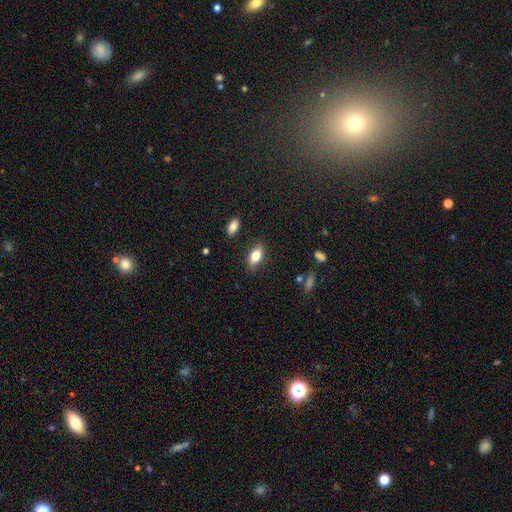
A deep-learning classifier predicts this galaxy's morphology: This appears to be a smooth galaxy with no disk features (77%) that is in between round and cigar-shaped (85%). Merging: none (82%).